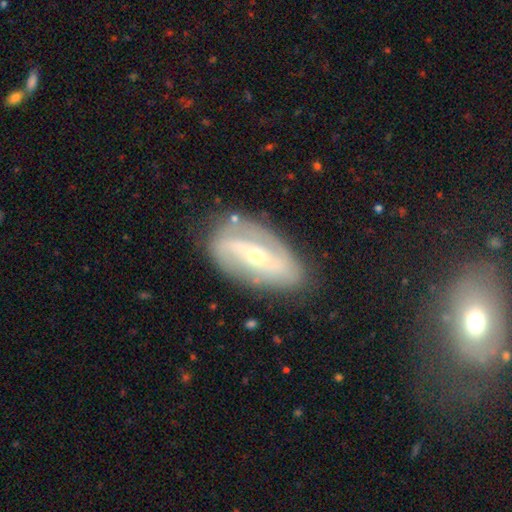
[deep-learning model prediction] This appears to be a featured or disk galaxy (77%) with no bar (36%), 2 (75%) medium (37%) spiral arms (78%) and a small central bulge (62%). Merging: none (75%).